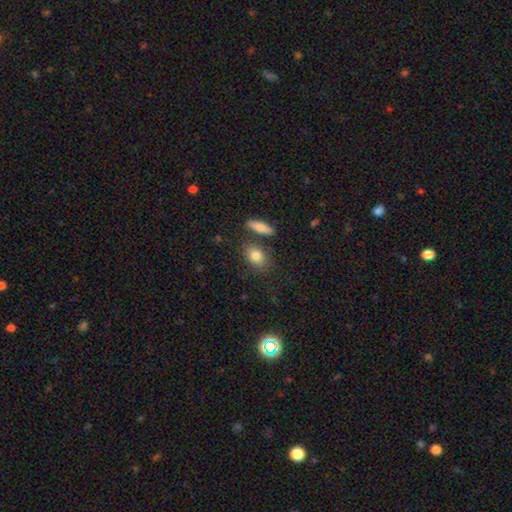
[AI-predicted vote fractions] This is clearly a smooth galaxy (82%). How rounded: likely in between (74%). Merging: likely none (72%).